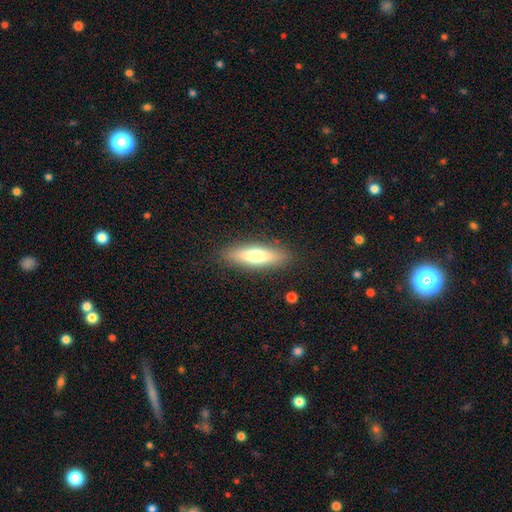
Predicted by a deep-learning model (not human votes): Smooth or featured: smooth — 67% (featured or disk — 27%)
How rounded: cigar-shaped — 60% (in between — 38%)
Merging: none — 87% (minor disturbance — 10%)